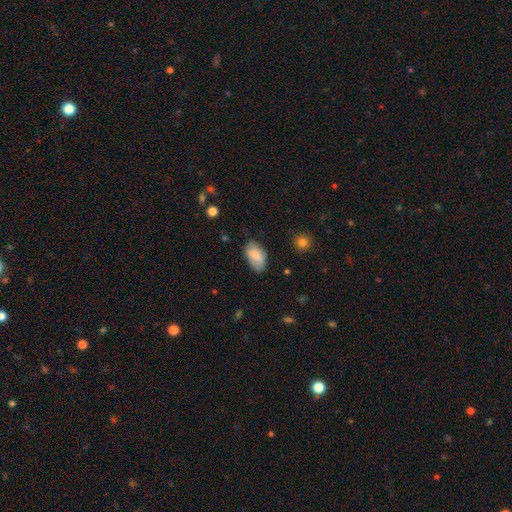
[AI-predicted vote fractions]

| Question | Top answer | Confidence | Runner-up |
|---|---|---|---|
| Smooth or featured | smooth | 82% | featured or disk (11%) |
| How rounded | in between | 94% | round (4%) |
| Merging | none | 74% | minor disturbance (20%) |